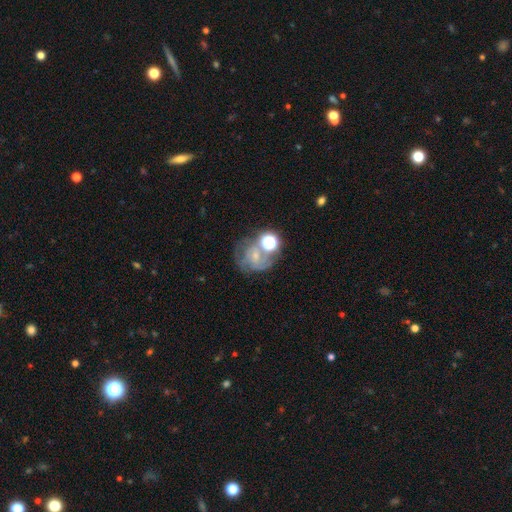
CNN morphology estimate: A featured or disk galaxy (56%) with no bar (58%), spiral arms (79%) and a small central bulge (56%). Merging: none (41%).